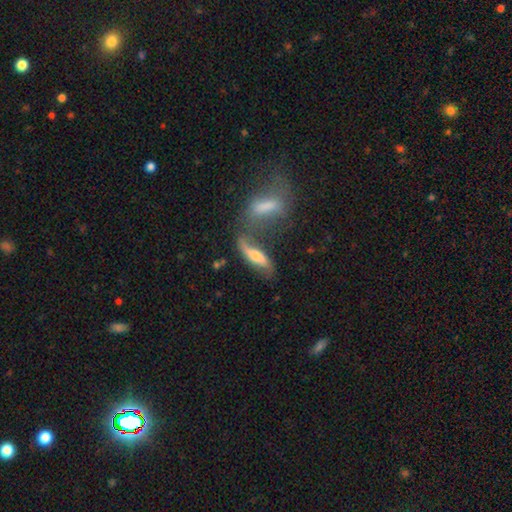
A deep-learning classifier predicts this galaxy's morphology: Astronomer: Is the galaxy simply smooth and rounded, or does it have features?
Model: featured or disk — 53% (runner-up: smooth, 39%).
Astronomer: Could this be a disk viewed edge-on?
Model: no — 65%.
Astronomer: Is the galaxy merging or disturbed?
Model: none — 37%, tied with merger at 37%.